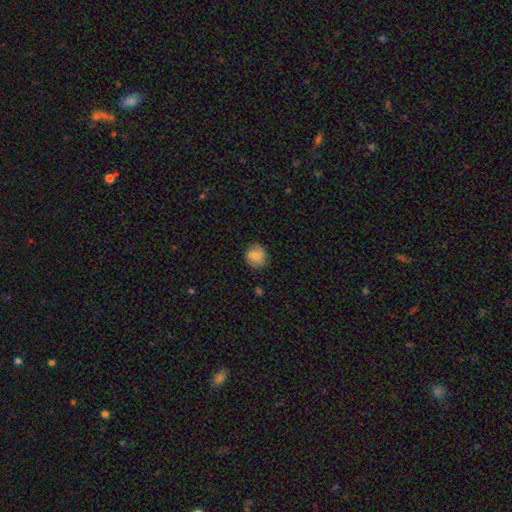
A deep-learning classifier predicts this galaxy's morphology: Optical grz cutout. It shows a smooth galaxy with no disk features (73%) that is round (79%). Merging: none (76%).